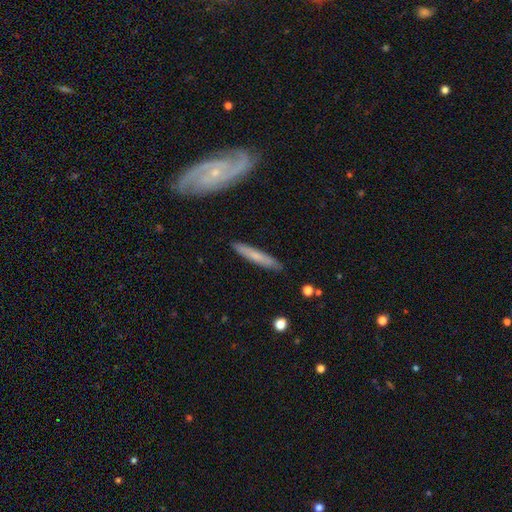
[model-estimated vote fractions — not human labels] A smooth galaxy with no disk features (61%) that is cigar-shaped (93%). Merging: none (87%).